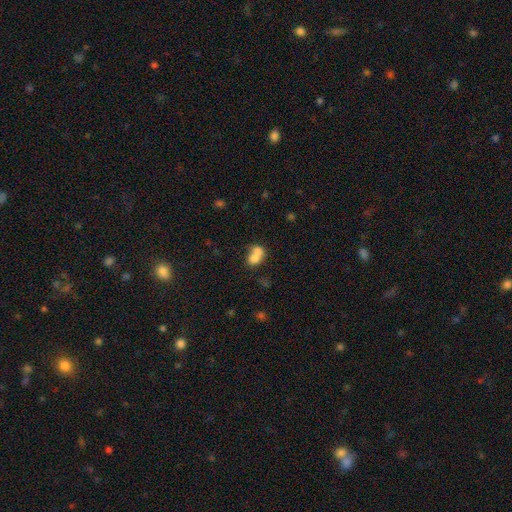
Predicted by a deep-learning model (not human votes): This is likely a smooth galaxy (72%). How rounded: possibly in between (58%). Merging: likely merger (70%).